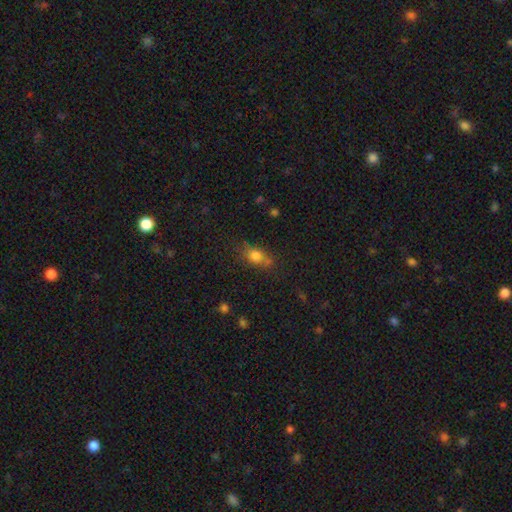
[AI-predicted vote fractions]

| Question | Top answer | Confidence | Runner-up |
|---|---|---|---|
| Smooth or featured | smooth | 74% | star or artifact (13%) |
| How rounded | in between | 57% | round (36%) |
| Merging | none | 58% | minor disturbance (23%) |